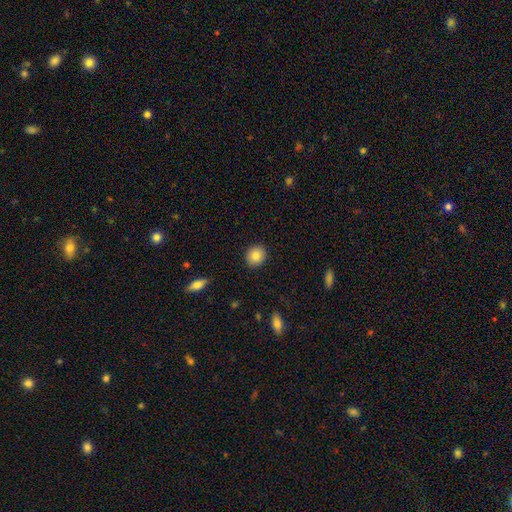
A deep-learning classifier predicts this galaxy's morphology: Smooth or featured? Predicted: smooth (p=0.84). How rounded? Predicted: round (p=0.84). Merging? Predicted: none (p=0.91).